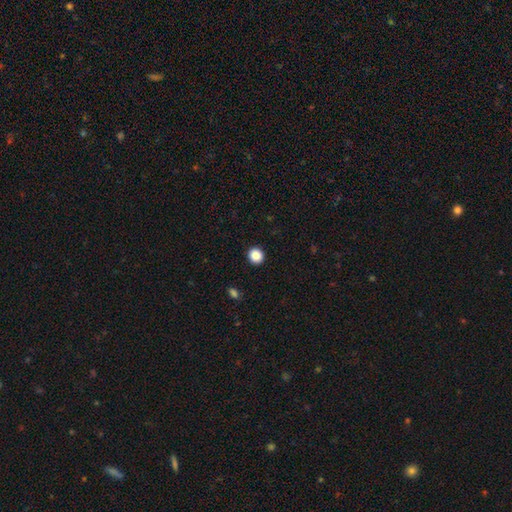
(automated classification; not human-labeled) Morphology: type=smooth (88%); roundness=round (89%); merging=none (93%).